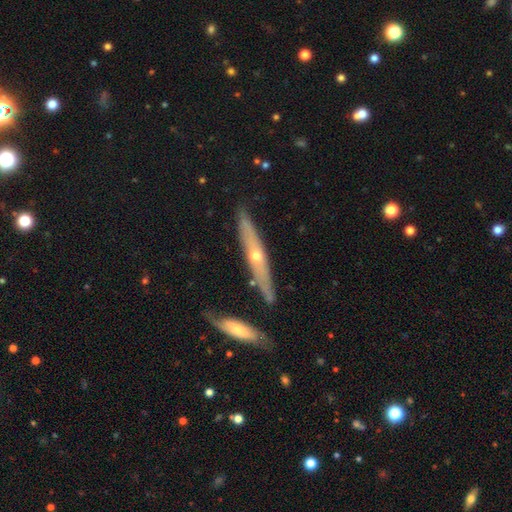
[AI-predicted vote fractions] Smooth or featured? Predicted: featured or disk (p=0.66). Edge-on disk? Predicted: yes (p=0.84). Edge-on bulge? Predicted: rounded (p=0.82). Merging? Predicted: none (p=0.80).